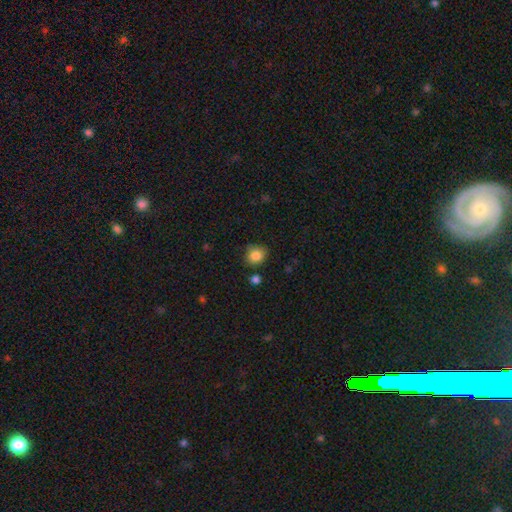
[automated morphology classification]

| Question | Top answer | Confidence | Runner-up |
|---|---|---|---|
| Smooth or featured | smooth | 84% | star or artifact (10%) |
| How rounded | round | 72% | in between (27%) |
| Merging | none | 78% | minor disturbance (15%) |